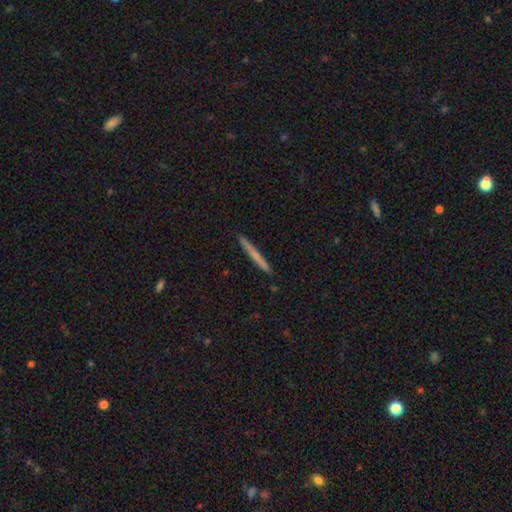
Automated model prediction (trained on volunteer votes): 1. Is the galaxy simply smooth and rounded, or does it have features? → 59% smooth, 35% featured or disk, 6% star or artifact.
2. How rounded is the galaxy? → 97% cigar-shaped, 2% in between, 1% round.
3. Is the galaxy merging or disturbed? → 92% none, 6% minor disturbance, 1% major disturbance, 1% merger.